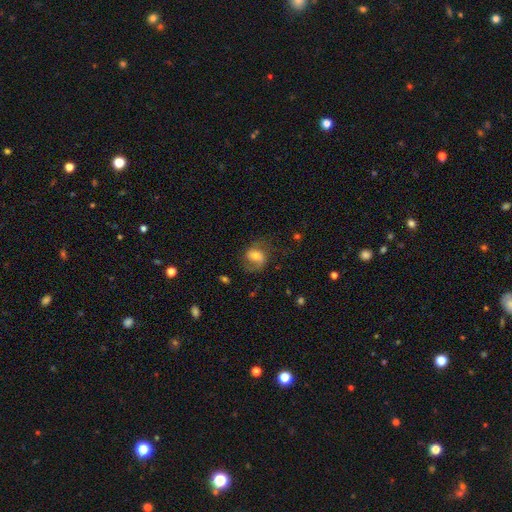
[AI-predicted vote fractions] Overall: featured or disk (51%; smooth 40%). Edge-on disk: no (96%). Merging: none (58%; minor disturbance 22%).